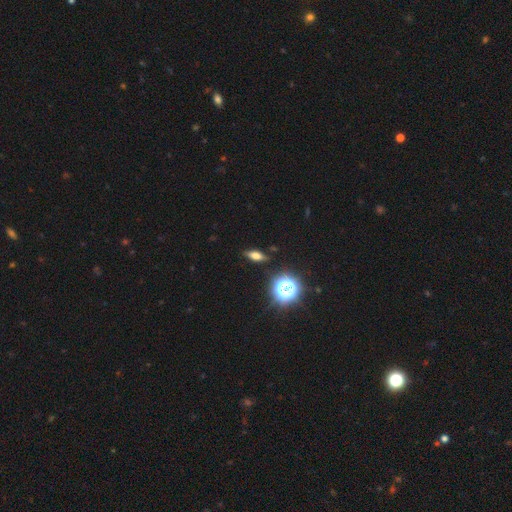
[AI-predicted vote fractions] smooth 58%, featured or disk 23%, star or artifact 19%. Down the decision tree: how rounded — in between (60%); merging — none (86%).